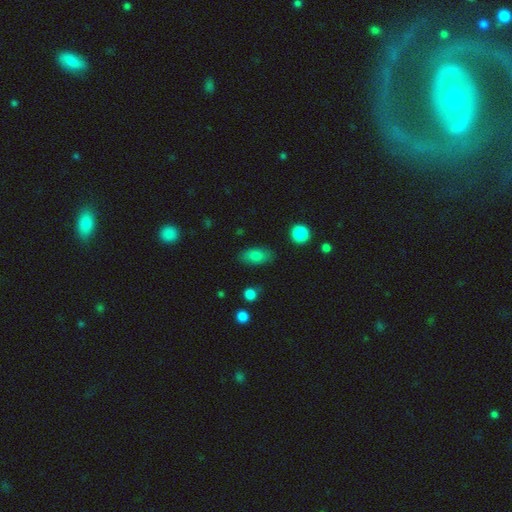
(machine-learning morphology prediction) Overall: smooth (80%). How rounded: in between (88%). Merging: none (81%).